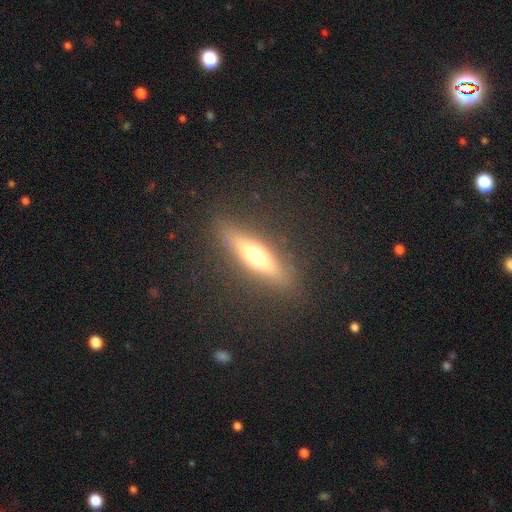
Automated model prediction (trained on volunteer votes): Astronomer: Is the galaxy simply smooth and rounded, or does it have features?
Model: featured or disk — 50% (runner-up: smooth, 43%).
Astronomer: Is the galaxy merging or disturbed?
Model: none — 88%.